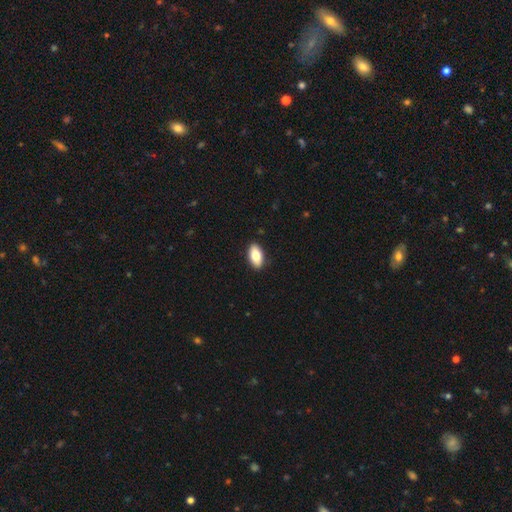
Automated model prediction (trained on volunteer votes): A smooth galaxy with no disk features (80%) that is in between round and cigar-shaped (91%). Merging: none (90%).